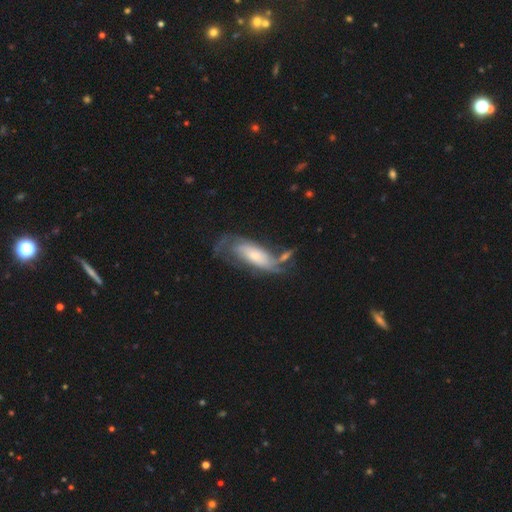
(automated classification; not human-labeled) Smooth or featured?
  - featured or disk: 65% *
  - smooth: 28%
  - star or artifact: 6%
Edge-on disk?
  - no: 86% *
  - yes: 14%
Bar?
  - no: 65% *
  - weak: 26%
  - strong: 9%
Spiral arms?
  - yes: 83% *
  - no: 17%
Bulge size?
  - small: 53% *
  - moderate: 35%
  - large: 7%
  - none: 4%
  - dominant: 2%
Merging?
  - none: 40% *
  - major disturbance: 23%
  - minor disturbance: 22%
  - merger: 15%